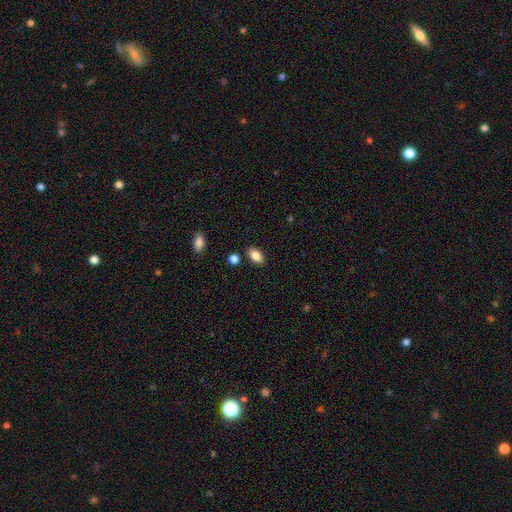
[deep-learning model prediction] This appears to be a smooth galaxy with no disk features (86%) that is in between round and cigar-shaped (91%). Merging: none (85%).